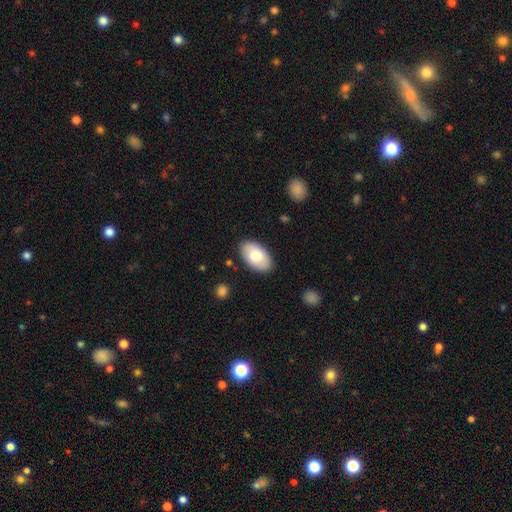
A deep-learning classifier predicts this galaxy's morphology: Overall: smooth (75%). How rounded: in between (95%). Merging: none (86%).